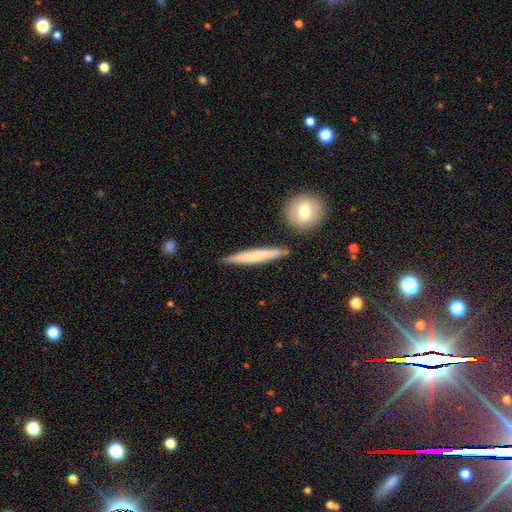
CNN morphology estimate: Smooth or featured? smooth (61%)
How rounded? cigar-shaped (95%)
Merging? none (86%)